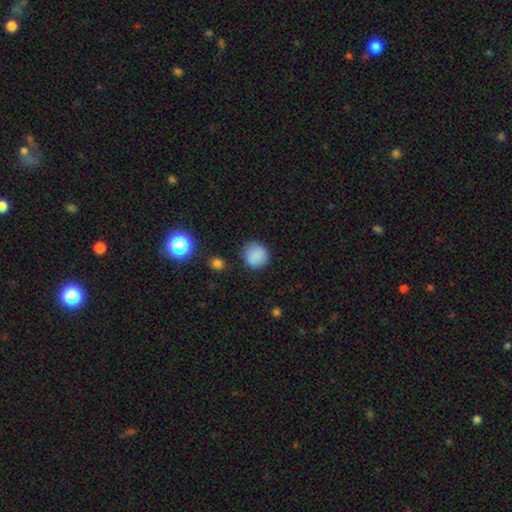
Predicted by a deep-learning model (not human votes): The model was most divided on "merging": none: 82%, minor disturbance: 12%, major disturbance: 4%, merger: 2%. More confident: how rounded — round (87%); smooth or featured — smooth (85%).